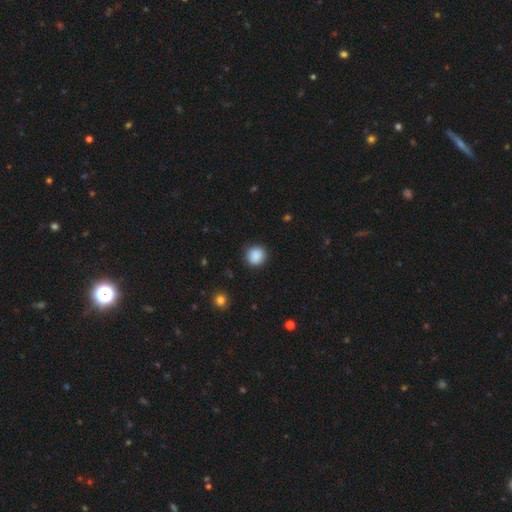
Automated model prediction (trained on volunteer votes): Smooth or featured? smooth (88%)
How rounded? round (91%)
Merging? none (89%)